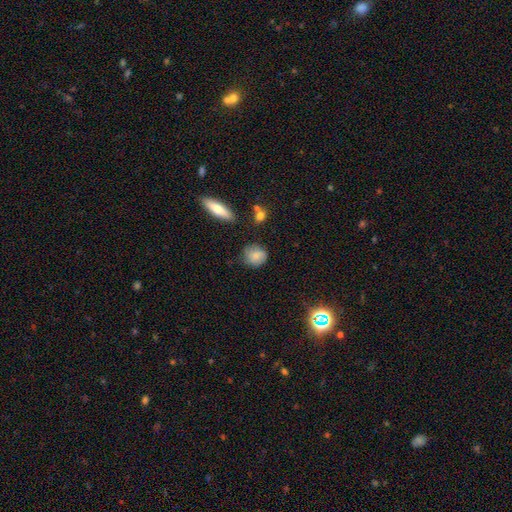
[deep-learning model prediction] This is likely a smooth galaxy (79%). How rounded: likely round (76%). Merging: likely none (71%).